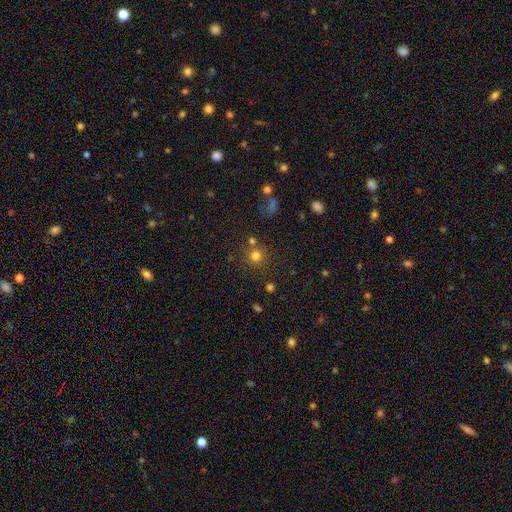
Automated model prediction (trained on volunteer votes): A smooth galaxy with no disk features (76%) that is round (92%).

Vote fractions:
- Smooth or featured? smooth: 76% / star or artifact: 17% / featured or disk: 7%
- How rounded? round: 92% / in between: 7% / cigar-shaped: 1%
- Merging? none: 77% / merger: 11% / minor disturbance: 8% / major disturbance: 4%